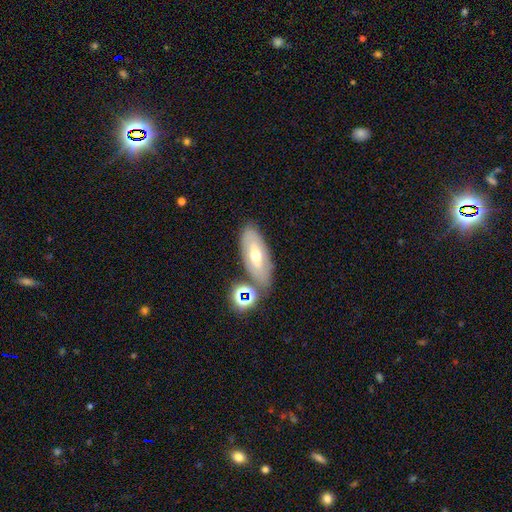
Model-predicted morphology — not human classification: featured or disk 47%, smooth 42%, star or artifact 11%. Down the decision tree: merging — none (75%).